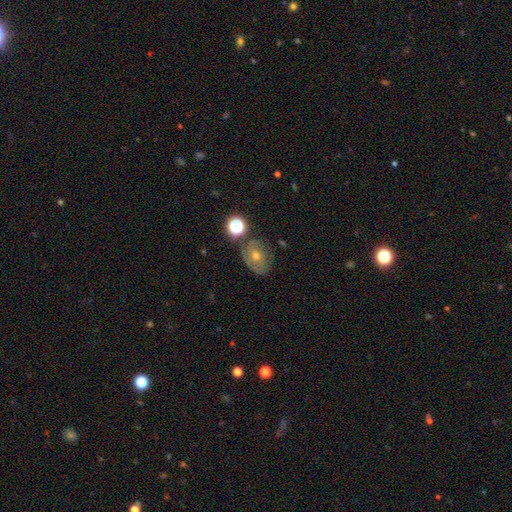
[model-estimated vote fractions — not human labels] smooth-or-featured: featured or disk: 44% | smooth: 35% | star or artifact: 20%
  merging: none: 68% | minor disturbance: 18% | merger: 7% | major disturbance: 7%